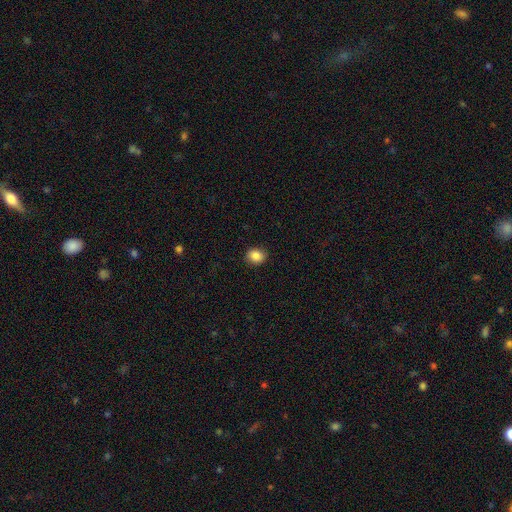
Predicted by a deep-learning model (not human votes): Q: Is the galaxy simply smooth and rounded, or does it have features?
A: smooth — 87%.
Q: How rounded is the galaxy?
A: round — 62%.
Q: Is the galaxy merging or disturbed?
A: none — 87%.